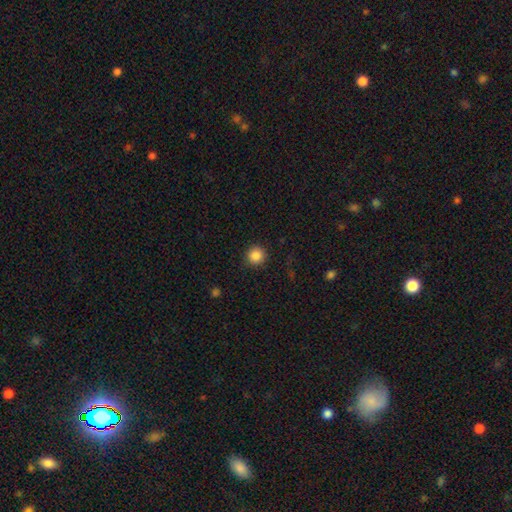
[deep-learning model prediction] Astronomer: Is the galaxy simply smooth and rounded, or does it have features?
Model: smooth — 86%.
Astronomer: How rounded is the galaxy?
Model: round — 95%.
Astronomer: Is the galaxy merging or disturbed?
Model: none — 91%.